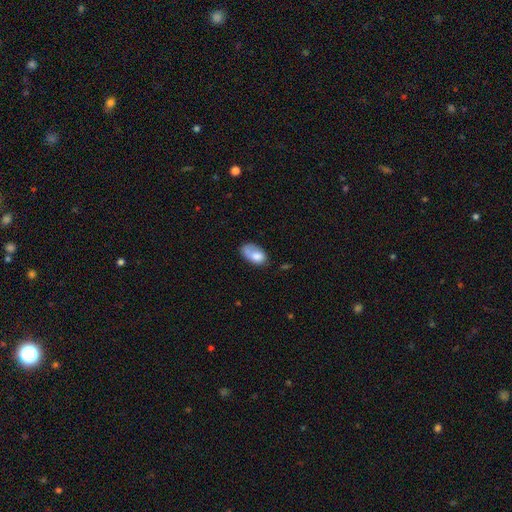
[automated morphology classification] Overall: smooth (73%). How rounded: in between (92%). Merging: none (41%; minor disturbance 30%).